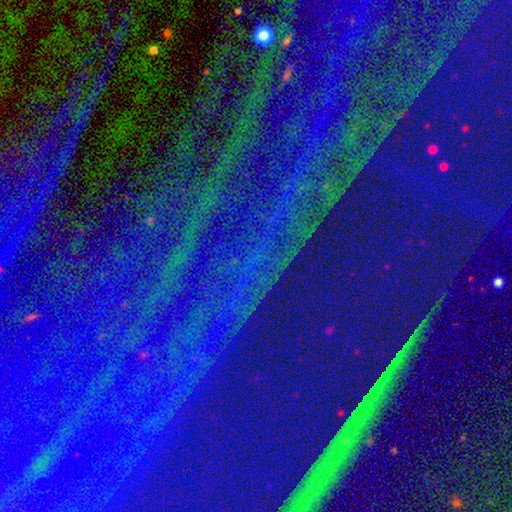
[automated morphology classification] Overall: star or artifact (89%).